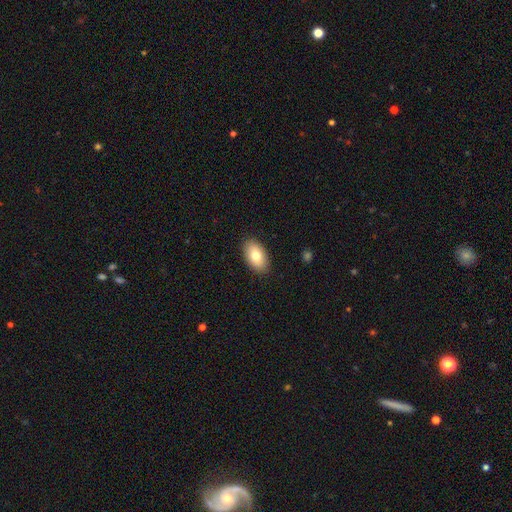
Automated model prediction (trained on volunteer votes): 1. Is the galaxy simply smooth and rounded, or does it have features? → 78% smooth, 15% featured or disk, 7% star or artifact.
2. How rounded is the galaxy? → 93% in between, 5% round, 2% cigar-shaped.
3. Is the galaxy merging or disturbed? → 89% none, 8% minor disturbance, 2% major disturbance, 1% merger.